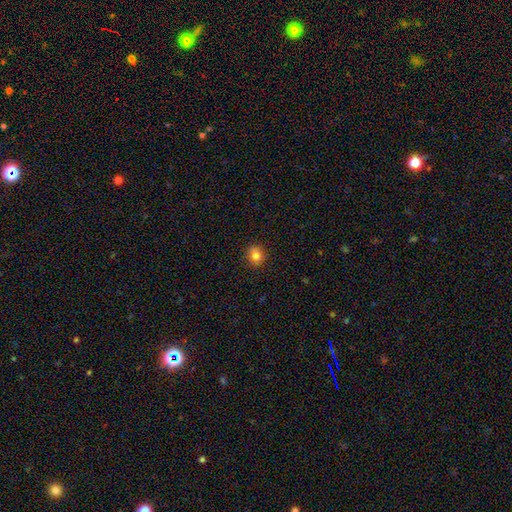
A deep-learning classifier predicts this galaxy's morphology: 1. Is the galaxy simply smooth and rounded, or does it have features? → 80% smooth, 12% star or artifact, 8% featured or disk.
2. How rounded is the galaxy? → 79% round, 20% in between, 1% cigar-shaped.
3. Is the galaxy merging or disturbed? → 86% none, 10% minor disturbance, 2% major disturbance, 1% merger.